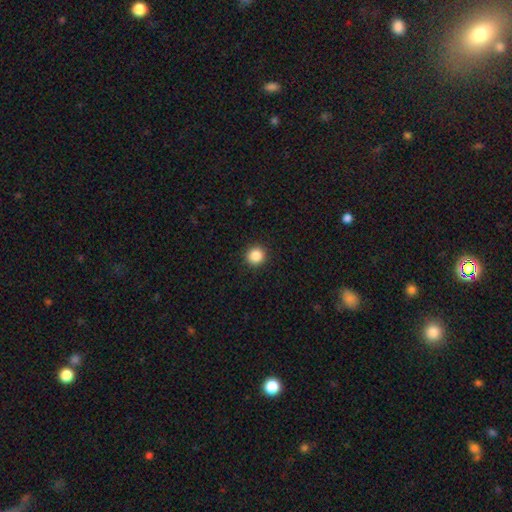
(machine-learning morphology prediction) Smooth or featured: smooth — 87% (star or artifact — 10%)
How rounded: round — 94% (in between — 5%)
Merging: none — 93% (minor disturbance — 4%)